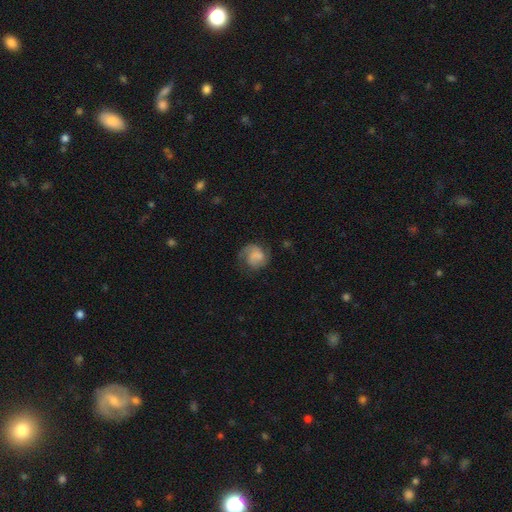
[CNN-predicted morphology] Smooth or featured? featured or disk (50%)
Merging? none (55%)